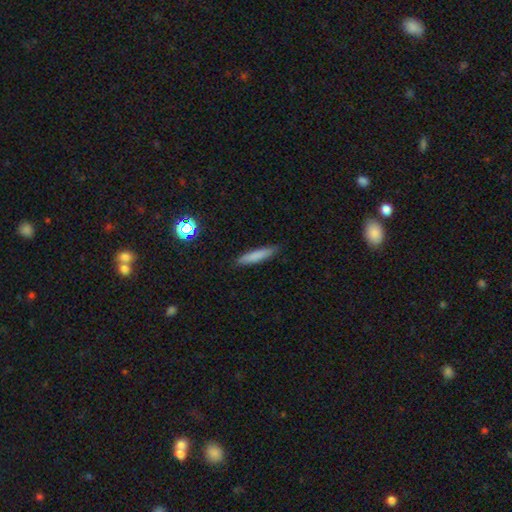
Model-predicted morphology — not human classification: smooth 79%, featured or disk 13%, star or artifact 8%. Down the decision tree: how rounded — cigar-shaped (86%); merging — none (87%).